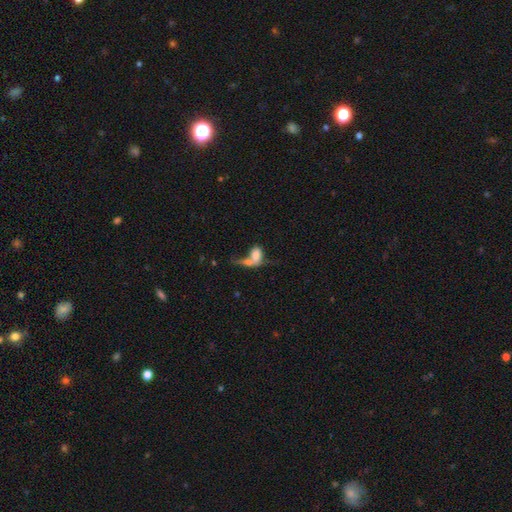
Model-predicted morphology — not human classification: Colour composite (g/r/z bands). It shows a smooth galaxy with no disk features (69%) that is in between round and cigar-shaped (82%). Merging: merger (59%).